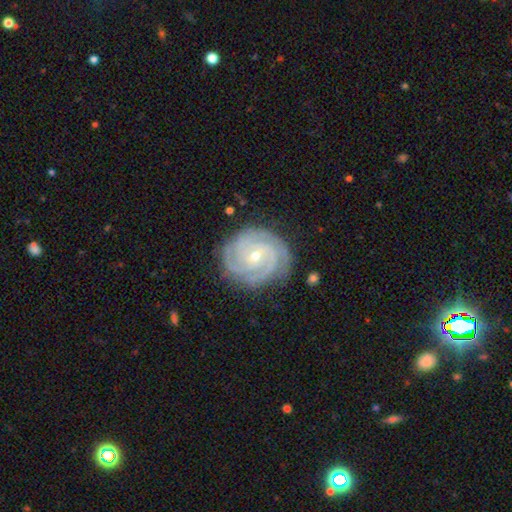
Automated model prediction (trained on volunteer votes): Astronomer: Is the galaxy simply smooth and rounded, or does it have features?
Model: featured or disk — 90%.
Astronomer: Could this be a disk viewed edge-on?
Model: no — 98%.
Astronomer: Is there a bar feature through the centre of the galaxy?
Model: no — 53% (runner-up: weak, 36%).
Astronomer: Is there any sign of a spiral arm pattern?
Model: yes — 98%.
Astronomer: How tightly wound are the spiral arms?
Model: tight — 80%.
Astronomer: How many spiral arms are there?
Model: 3 — 37% (runner-up: 4, 28%).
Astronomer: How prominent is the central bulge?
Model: small — 65%.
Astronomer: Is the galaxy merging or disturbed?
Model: none — 81%.